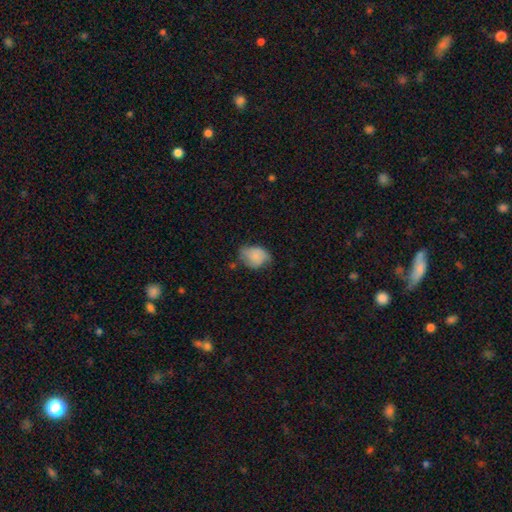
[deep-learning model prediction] Smooth or featured? Predicted: smooth (p=0.68). How rounded? Predicted: in between (p=0.64). Merging? Predicted: none (p=0.45).